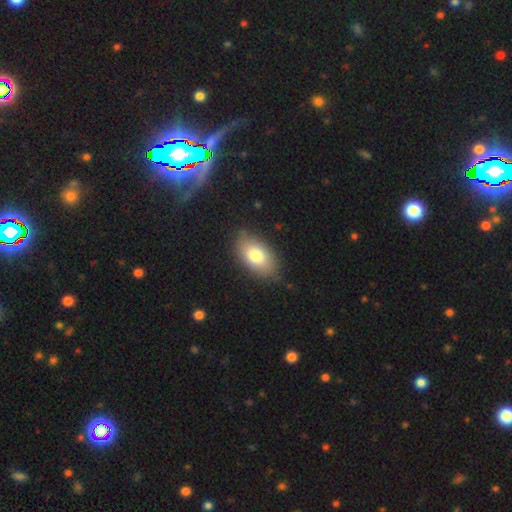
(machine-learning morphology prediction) This appears to be a smooth galaxy with no disk features (78%) that is in between round and cigar-shaped (92%). Merging: none (81%).